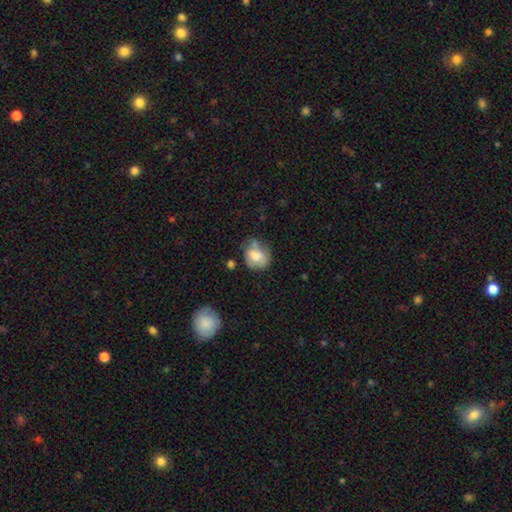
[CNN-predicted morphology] Smooth or featured: smooth — 69% (featured or disk — 23%)
How rounded: round — 60% (in between — 39%)
Merging: none — 46% (minor disturbance — 30%)